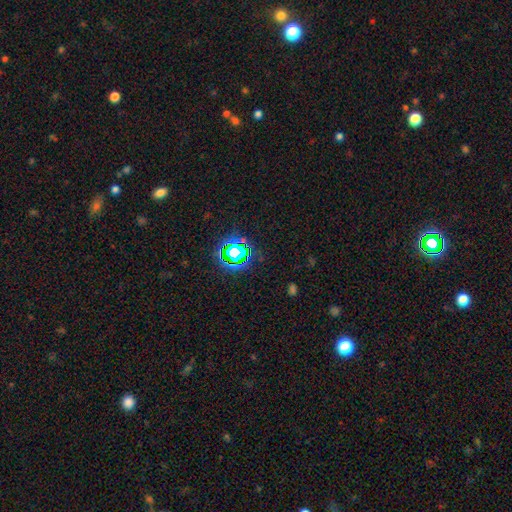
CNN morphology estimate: Q: Smooth or featured?
A: star or artifact (75%); runner-up: smooth (18%)